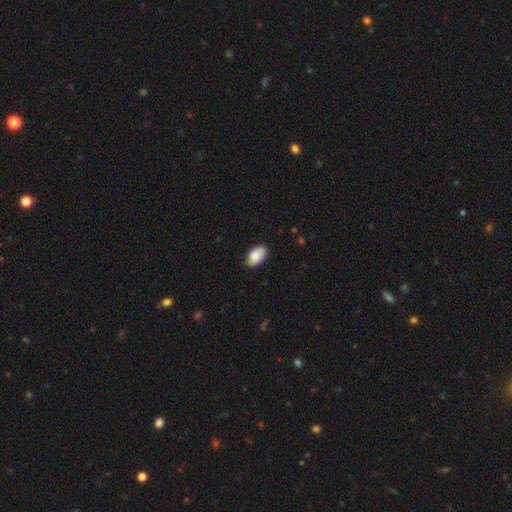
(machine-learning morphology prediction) Q: Smooth or featured?
A: smooth (88%); runner-up: featured or disk (6%)
Q: How rounded?
A: in between (93%); runner-up: round (5%)
Q: Merging?
A: none (83%); runner-up: minor disturbance (14%)